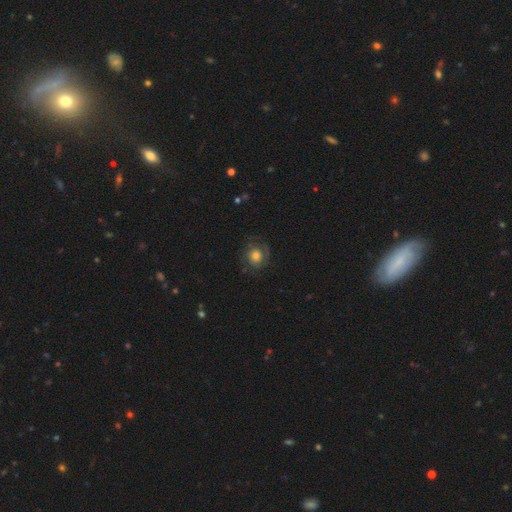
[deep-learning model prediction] smooth_or_featured: smooth (p=0.52) [alt: featured or disk p=0.37]
how_rounded: round (p=0.82) [alt: in between p=0.17]
merging: none (p=0.70) [alt: minor disturbance p=0.17]